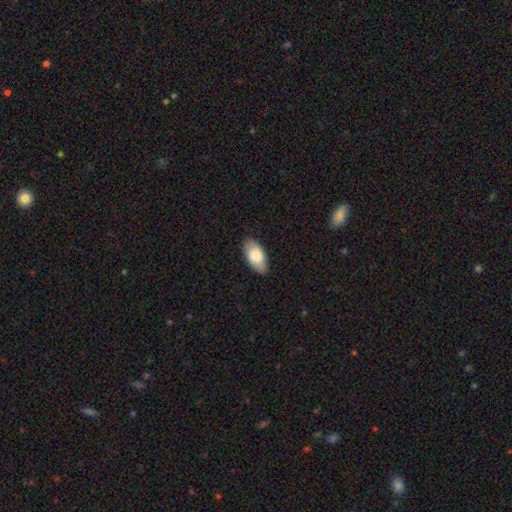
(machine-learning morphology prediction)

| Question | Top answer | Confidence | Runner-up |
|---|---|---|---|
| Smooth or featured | smooth | 75% | featured or disk (19%) |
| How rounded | in between | 94% | cigar-shaped (3%) |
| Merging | none | 84% | minor disturbance (12%) |